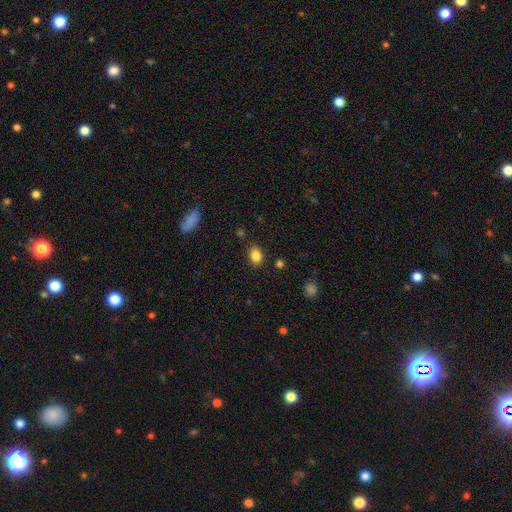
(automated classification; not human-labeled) This is clearly a smooth galaxy (85%). How rounded: likely in between (75%). Merging: clearly none (84%).